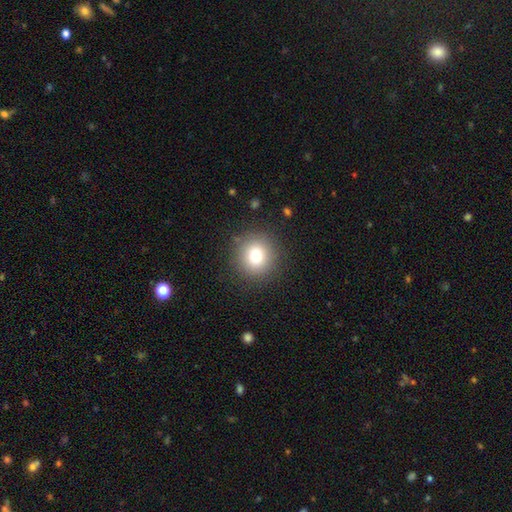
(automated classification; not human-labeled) Smooth or featured? smooth (77%)
How rounded? round (92%)
Merging? none (88%)